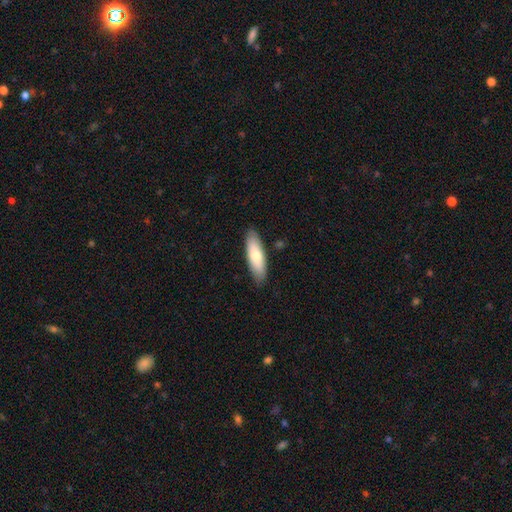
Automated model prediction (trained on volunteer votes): Smooth or featured? Predicted: smooth (p=0.72). How rounded? Predicted: in between (p=0.54). Merging? Predicted: none (p=0.88).